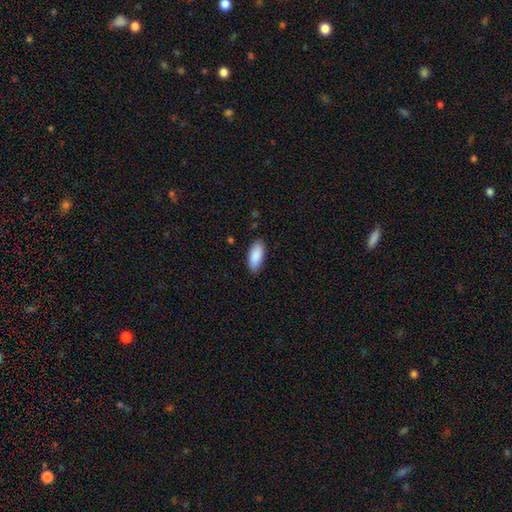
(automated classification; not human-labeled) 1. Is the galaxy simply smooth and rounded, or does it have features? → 89% smooth, 6% star or artifact, 5% featured or disk.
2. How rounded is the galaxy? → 87% in between, 11% cigar-shaped, 2% round.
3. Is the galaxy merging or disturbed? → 85% none, 11% minor disturbance, 2% major disturbance, 1% merger.